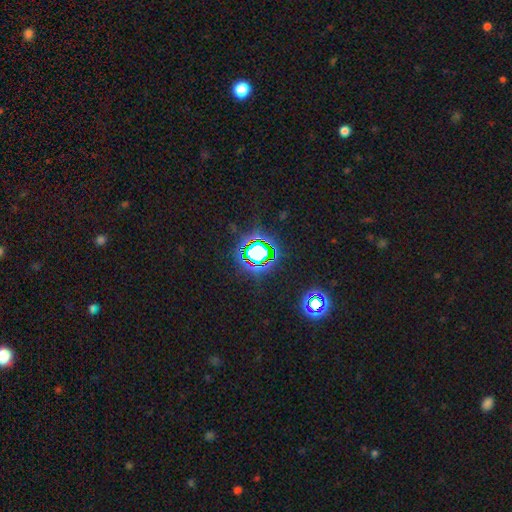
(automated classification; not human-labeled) A star or artifact, not a galaxy (70%).

Vote fractions:
- Smooth or featured? star or artifact: 70% / smooth: 18% / featured or disk: 12%